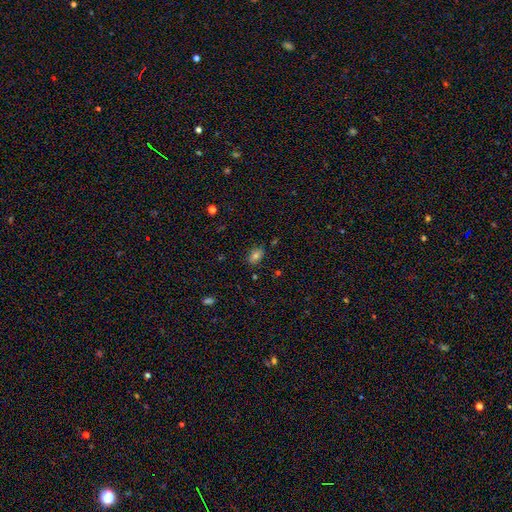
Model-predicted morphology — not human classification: smooth_or_featured: smooth (p=0.76) [alt: star or artifact p=0.14]
how_rounded: in between (p=0.76) [alt: round p=0.22]
merging: none (p=0.80) [alt: minor disturbance p=0.15]